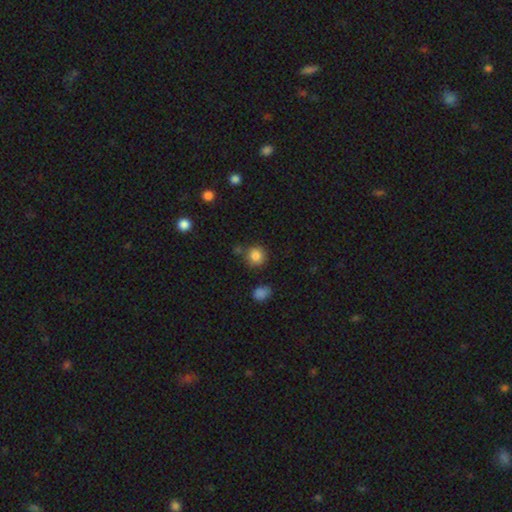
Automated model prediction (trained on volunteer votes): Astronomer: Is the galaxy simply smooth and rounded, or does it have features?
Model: smooth — 83%.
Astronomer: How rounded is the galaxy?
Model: round — 90%.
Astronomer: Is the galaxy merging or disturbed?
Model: none — 79%.